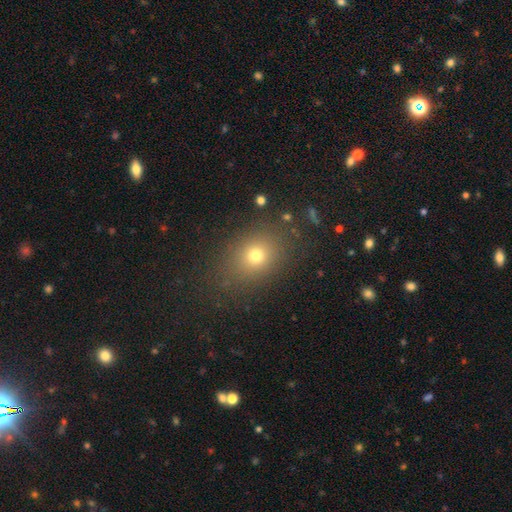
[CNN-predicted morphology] This appears to be a smooth galaxy with no disk features (72%) that is round (51%). Merging: none (83%).